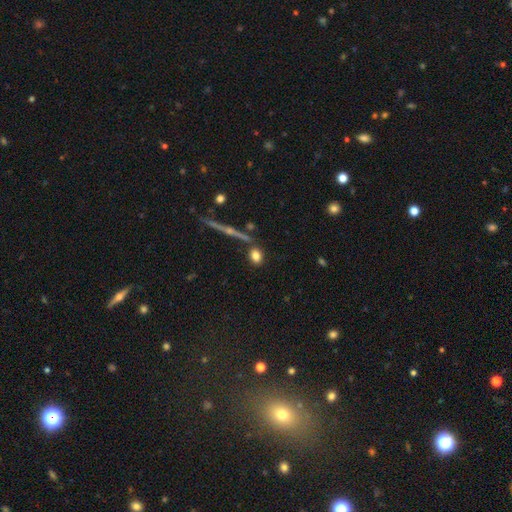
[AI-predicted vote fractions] Smooth or featured?
  - smooth: 76% *
  - featured or disk: 15%
  - star or artifact: 10%
How rounded?
  - in between: 54% *
  - round: 41%
  - cigar-shaped: 5%
Merging?
  - none: 77% *
  - minor disturbance: 12%
  - merger: 8%
  - major disturbance: 3%